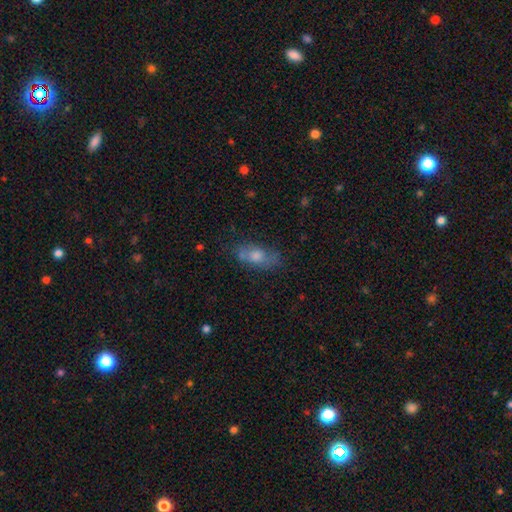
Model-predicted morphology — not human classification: smooth 56%, featured or disk 31%, star or artifact 13%. Down the decision tree: how rounded — in between (73%); merging — none (68%).